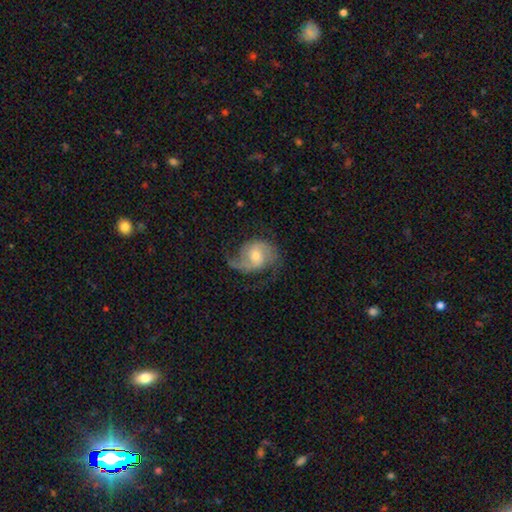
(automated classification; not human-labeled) Smooth or featured? featured or disk (81%)
Edge-on disk? no (98%)
Bar? no (48%)
Spiral arms? yes (96%)
Spiral winding? medium (46%)
Spiral arm count? 2 (80%)
Bulge size? moderate (58%)
Merging? none (62%)